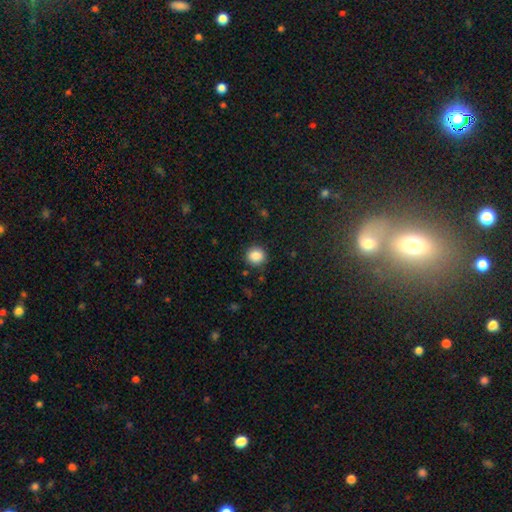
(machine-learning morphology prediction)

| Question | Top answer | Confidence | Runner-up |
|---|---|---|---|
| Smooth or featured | smooth | 87% | star or artifact (10%) |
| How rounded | round | 89% | in between (10%) |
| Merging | none | 89% | minor disturbance (7%) |